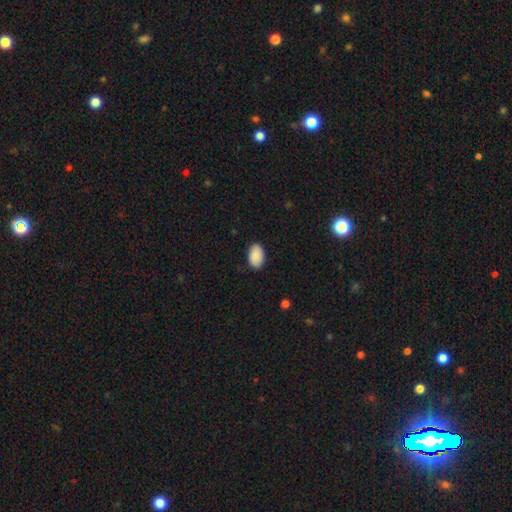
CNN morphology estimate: A smooth galaxy with no disk features (89%) that is in between round and cigar-shaped (91%). Merging: none (87%).